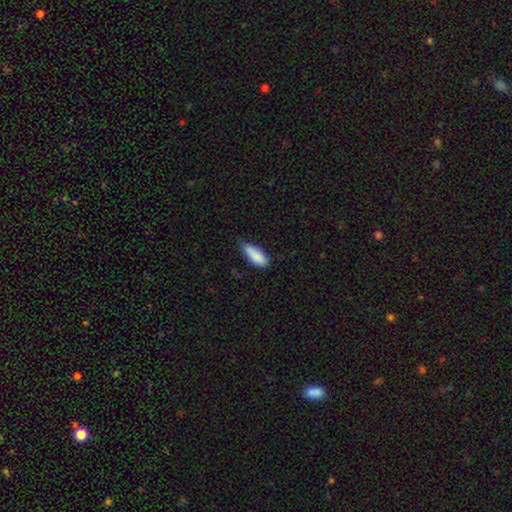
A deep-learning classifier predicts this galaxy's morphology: A smooth galaxy with no disk features (87%) that is in between round and cigar-shaped (71%). Merging: none (47%).